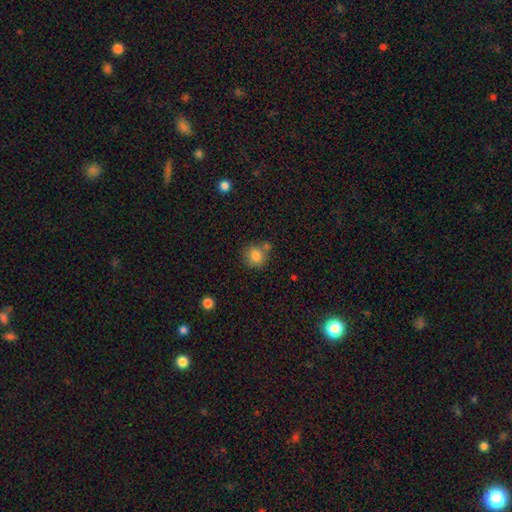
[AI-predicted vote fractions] smooth-or-featured: smooth: 82% | star or artifact: 10% | featured or disk: 8%
  how-rounded: round: 84% | in between: 15% | cigar-shaped: 1%
  merging: none: 65% | merger: 17% | minor disturbance: 14% | major disturbance: 4%